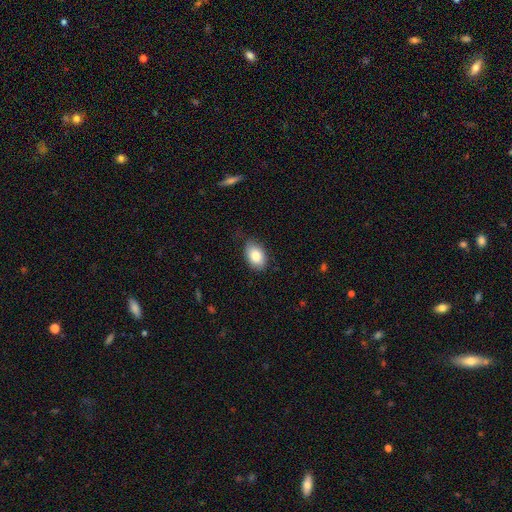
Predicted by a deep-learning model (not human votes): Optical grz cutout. It shows a smooth galaxy with no disk features (83%) that is in between round and cigar-shaped (86%). Merging: none (75%).